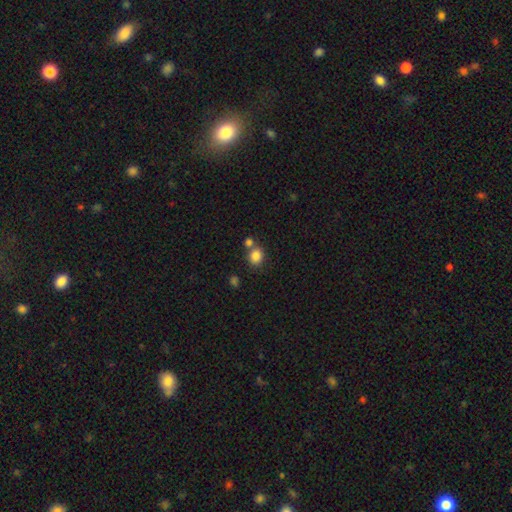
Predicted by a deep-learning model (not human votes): Smooth or featured: smooth — 84% (star or artifact — 10%)
How rounded: round — 73% (in between — 26%)
Merging: none — 60% (merger — 26%)